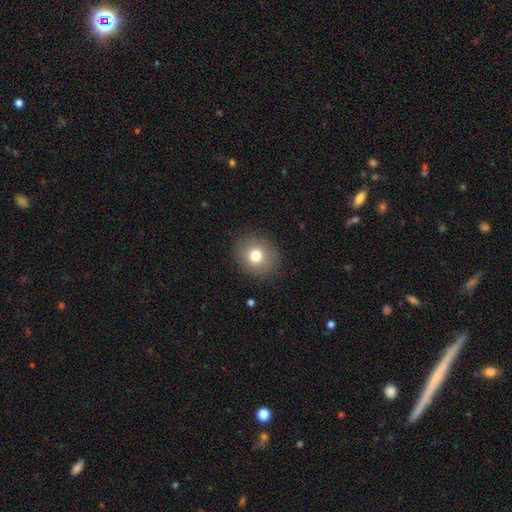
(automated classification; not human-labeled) Smooth or featured?
  - smooth: 77% *
  - featured or disk: 12%
  - star or artifact: 11%
How rounded?
  - round: 79% *
  - in between: 20%
  - cigar-shaped: 1%
Merging?
  - none: 89% *
  - minor disturbance: 8%
  - major disturbance: 3%
  - merger: 1%